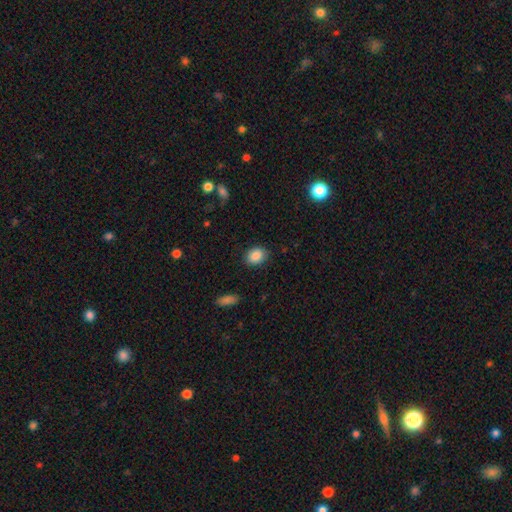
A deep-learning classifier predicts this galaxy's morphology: Smooth or featured?
  - smooth: 88% *
  - star or artifact: 8%
  - featured or disk: 4%
How rounded?
  - round: 50% *
  - in between: 49%
  - cigar-shaped: 1%
Merging?
  - none: 85% *
  - minor disturbance: 11%
  - major disturbance: 3%
  - merger: 1%